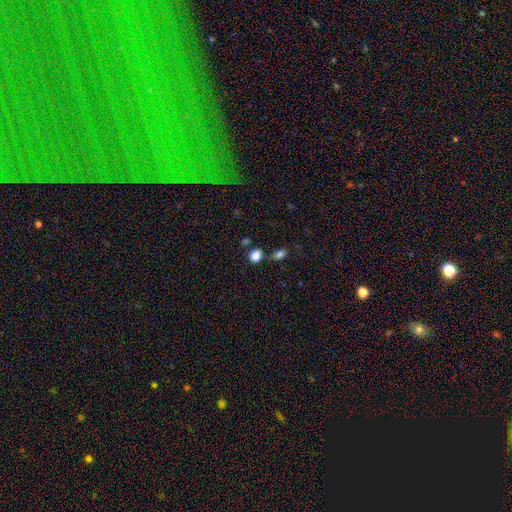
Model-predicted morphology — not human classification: smooth-or-featured: smooth: 85% | star or artifact: 11% | featured or disk: 4%
  how-rounded: round: 66% | in between: 33% | cigar-shaped: 1%
  merging: none: 71% | merger: 14% | minor disturbance: 12% | major disturbance: 4%